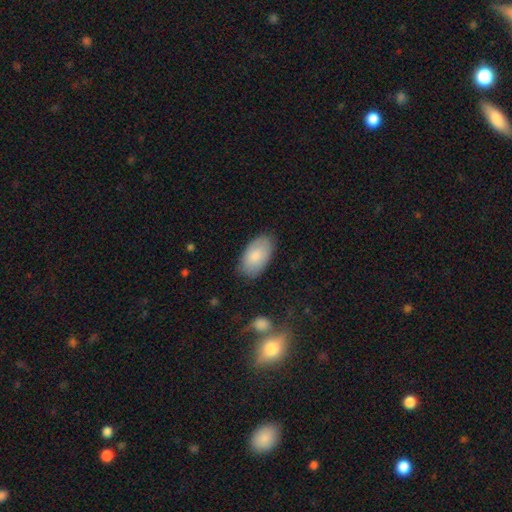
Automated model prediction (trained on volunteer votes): This is clearly a smooth galaxy (81%). How rounded: clearly in between (95%). Merging: clearly none (81%).